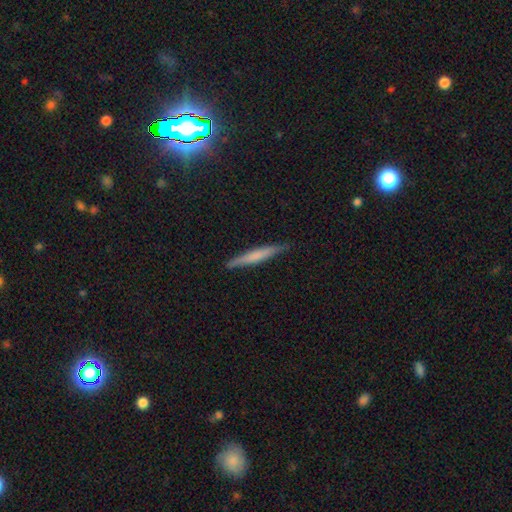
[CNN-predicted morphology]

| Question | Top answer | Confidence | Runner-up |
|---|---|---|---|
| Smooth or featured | smooth | 54% | featured or disk (40%) |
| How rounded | cigar-shaped | 95% | in between (4%) |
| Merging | none | 88% | minor disturbance (9%) |